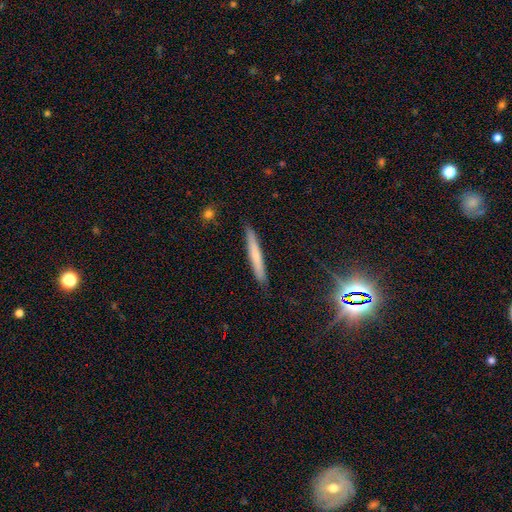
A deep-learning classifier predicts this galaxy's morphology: smooth-or-featured: smooth: 58% | featured or disk: 33% | star or artifact: 9%
  how-rounded: cigar-shaped: 96% | in between: 3% | round: 1%
  merging: none: 89% | minor disturbance: 8% | major disturbance: 1% | merger: 1%